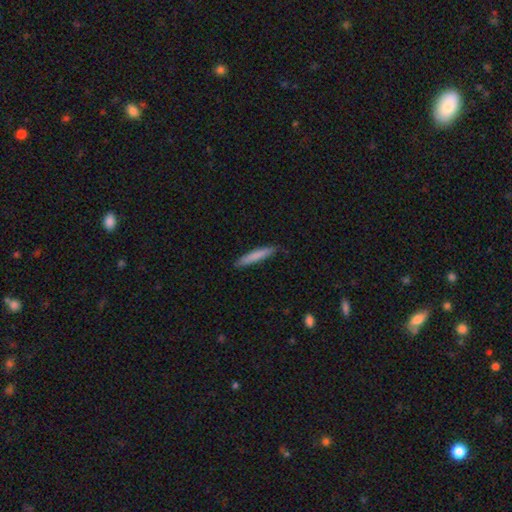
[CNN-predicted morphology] Smooth or featured? smooth (79%)
How rounded? cigar-shaped (93%)
Merging? none (86%)